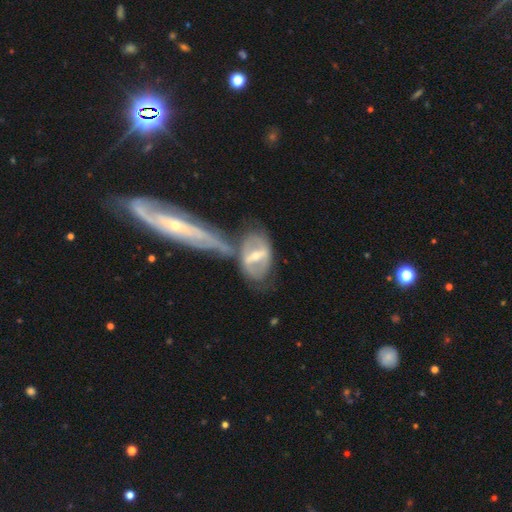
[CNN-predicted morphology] Q: Smooth or featured?
A: featured or disk (74%); runner-up: smooth (21%)
Q: Edge-on disk?
A: no (89%); runner-up: yes (11%)
Q: Bar?
A: strong (68%); runner-up: weak (24%)
Q: Spiral arms?
A: yes (51%); runner-up: no (49%)
Q: Bulge size?
A: moderate (52%); runner-up: small (40%)
Q: Merging?
A: merger (44%); runner-up: none (33%)